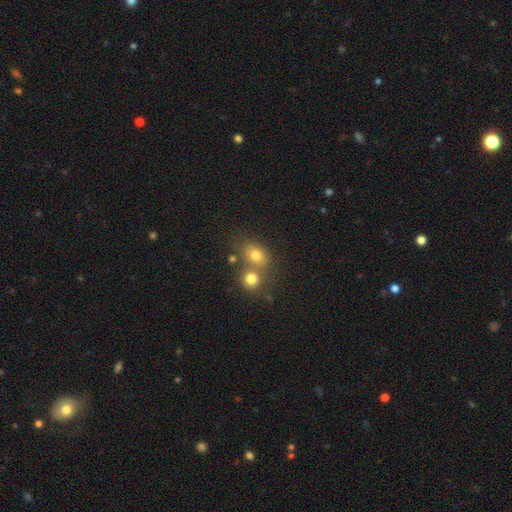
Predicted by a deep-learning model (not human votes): Smooth or featured? smooth (73%)
How rounded? round (57%)
Merging? none (45%)